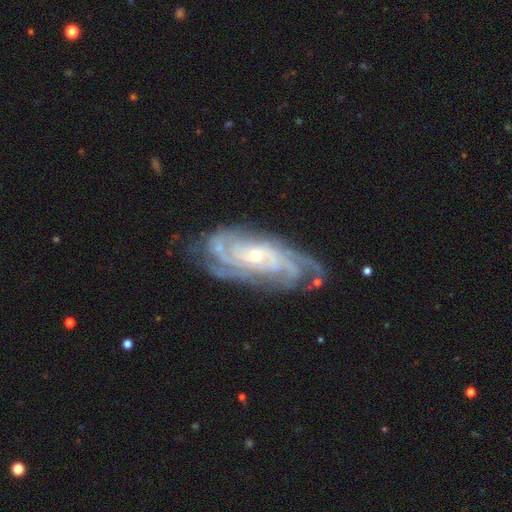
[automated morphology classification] featured or disk 89%, star or artifact 6%, smooth 5%. Down the decision tree: edge-on disk — no (94%); bar — no (70%); spiral arms — yes (97%); spiral arm count — 4 (28%); spiral winding — tight (69%); bulge size — small (69%); merging — none (75%).